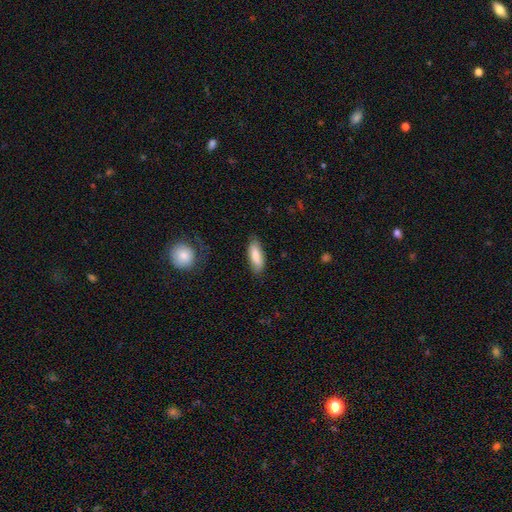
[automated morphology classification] The model was most divided on "how rounded": in between: 65%, cigar-shaped: 33%, round: 2%. More confident: smooth or featured — smooth (84%); merging — none (79%).